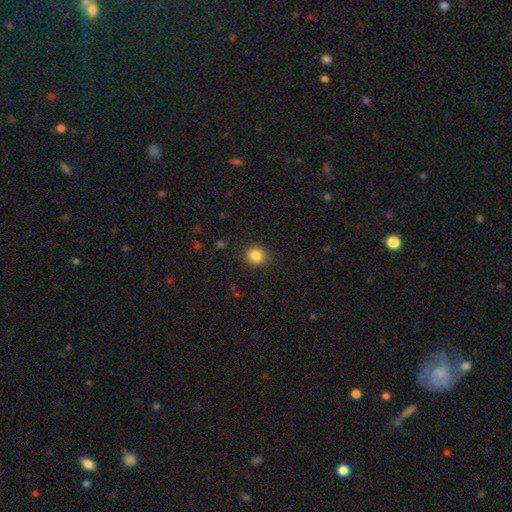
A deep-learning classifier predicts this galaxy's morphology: Overall: smooth (85%). How rounded: round (87%). Merging: none (89%).